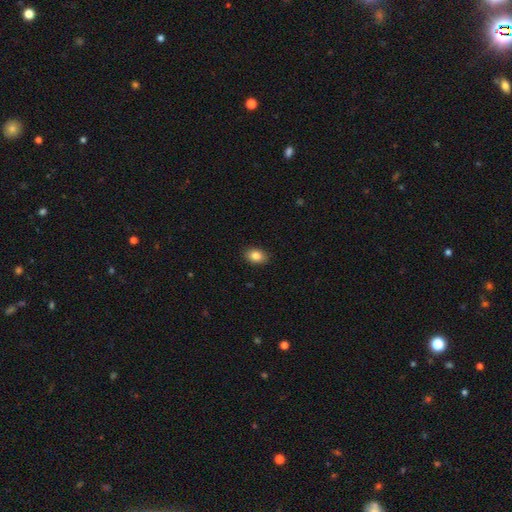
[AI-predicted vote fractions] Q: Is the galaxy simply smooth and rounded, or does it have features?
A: smooth — 85%.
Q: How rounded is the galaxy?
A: in between — 81%.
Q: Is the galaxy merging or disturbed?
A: none — 89%.